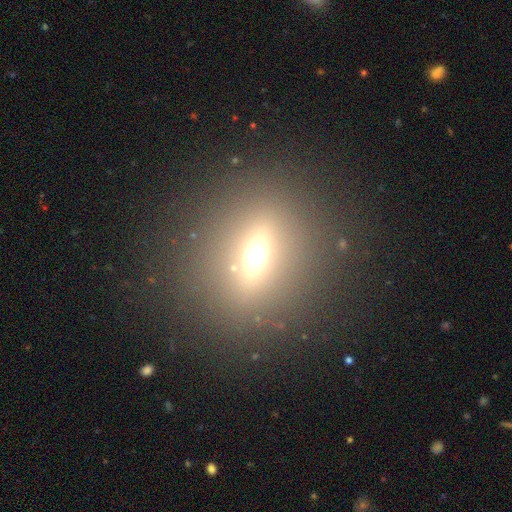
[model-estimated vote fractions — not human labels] Smooth or featured? Predicted: smooth (p=0.42). Merging? Predicted: none (p=0.85).